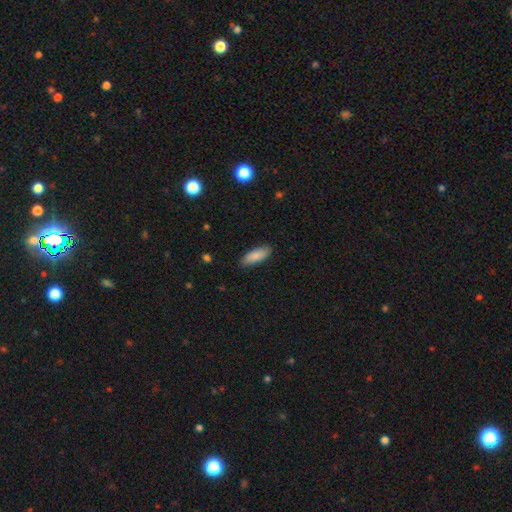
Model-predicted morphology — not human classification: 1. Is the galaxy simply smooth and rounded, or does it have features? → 87% smooth, 7% featured or disk, 6% star or artifact.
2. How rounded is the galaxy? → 70% in between, 28% cigar-shaped, 2% round.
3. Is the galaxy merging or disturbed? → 85% none, 12% minor disturbance, 2% major disturbance, 1% merger.